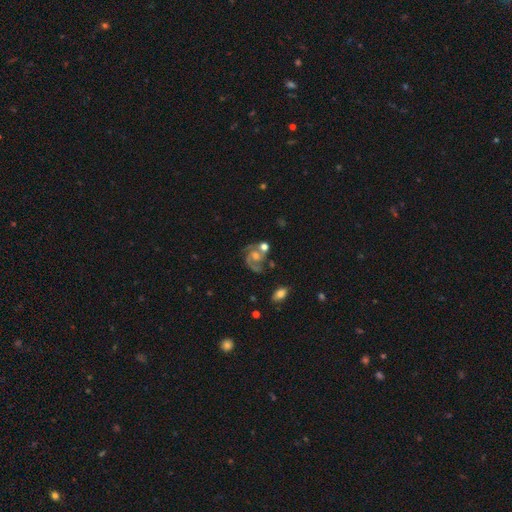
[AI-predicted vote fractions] featured or disk 82%, smooth 10%, star or artifact 8%. Down the decision tree: edge-on disk — no (98%); bar — no (64%); spiral arms — yes (94%); spiral arm count — 2 (75%); spiral winding — medium (51%); bulge size — moderate (52%); merging — none (54%).